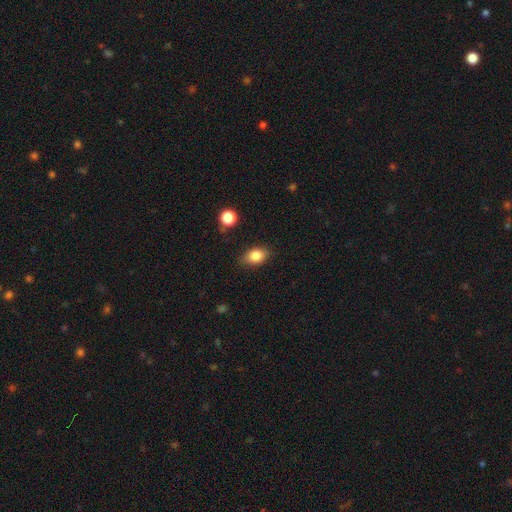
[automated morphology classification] type=smooth (82%); roundness=in between (78%); merging=none (79%).